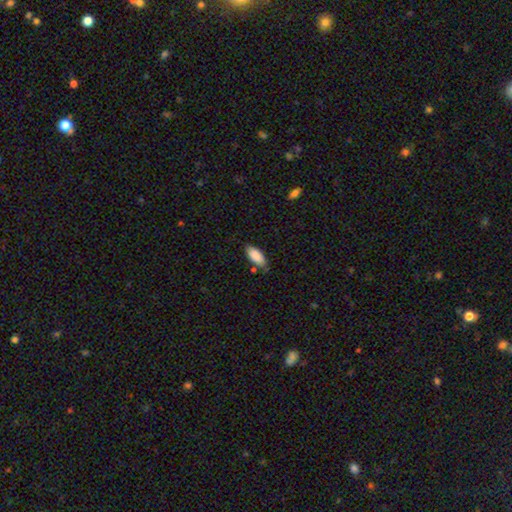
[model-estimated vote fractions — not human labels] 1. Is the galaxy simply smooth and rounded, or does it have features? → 89% smooth, 6% star or artifact, 5% featured or disk.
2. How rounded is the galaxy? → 88% in between, 10% cigar-shaped, 2% round.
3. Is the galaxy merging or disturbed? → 73% none, 20% minor disturbance, 4% major disturbance, 3% merger.